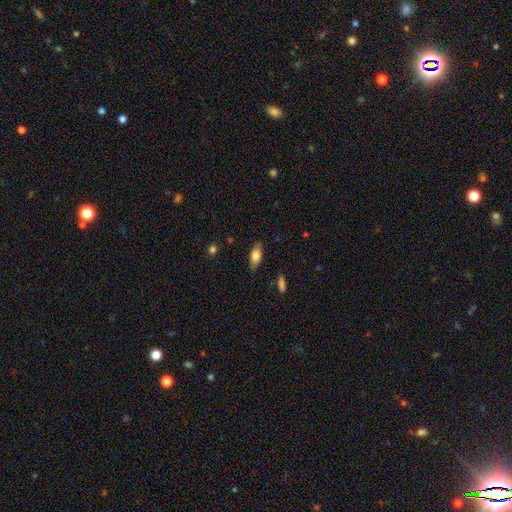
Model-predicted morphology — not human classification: The model was most divided on "smooth or featured": smooth: 76%, featured or disk: 17%, star or artifact: 7%. More confident: how rounded — in between (81%); merging — none (80%).